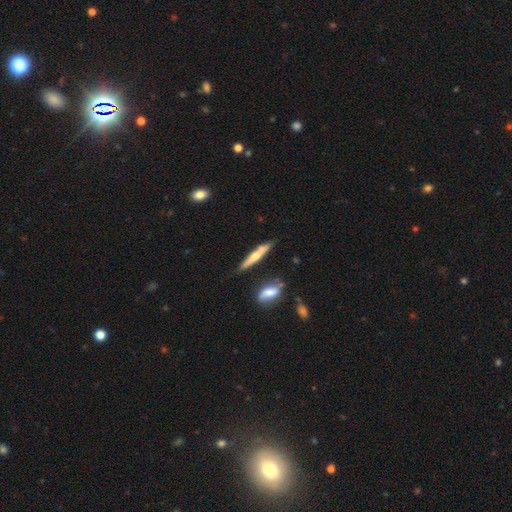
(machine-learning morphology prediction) Overall: smooth (52%; featured or disk 42%). How rounded: cigar-shaped (90%). Merging: none (76%).